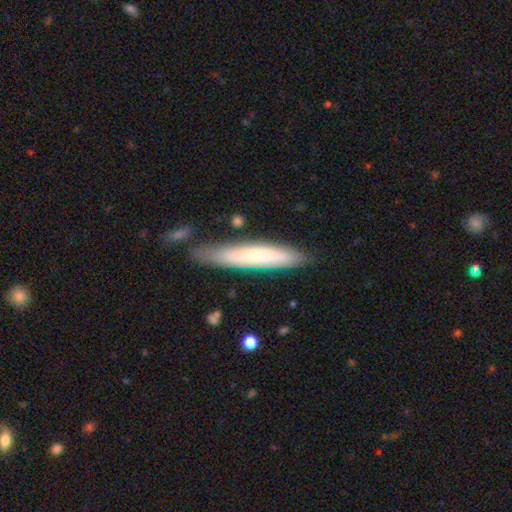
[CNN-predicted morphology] This is likely a smooth galaxy (63%). How rounded: clearly cigar-shaped (88%). Merging: likely none (77%).